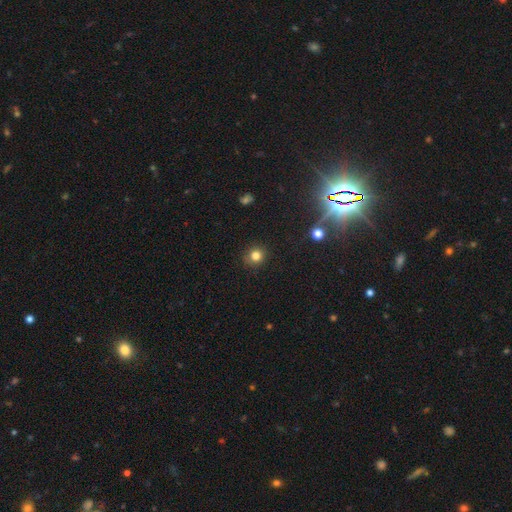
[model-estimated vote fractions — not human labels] Overall: smooth (80%). How rounded: round (90%). Merging: none (88%).